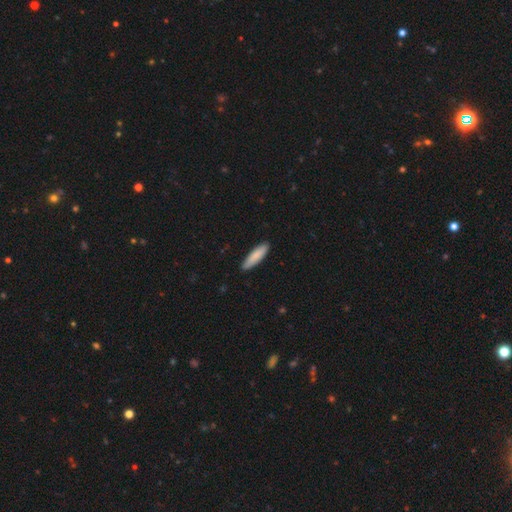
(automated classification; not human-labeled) smooth 86%, featured or disk 9%, star or artifact 5%. Down the decision tree: how rounded — cigar-shaped (70%); merging — none (89%).